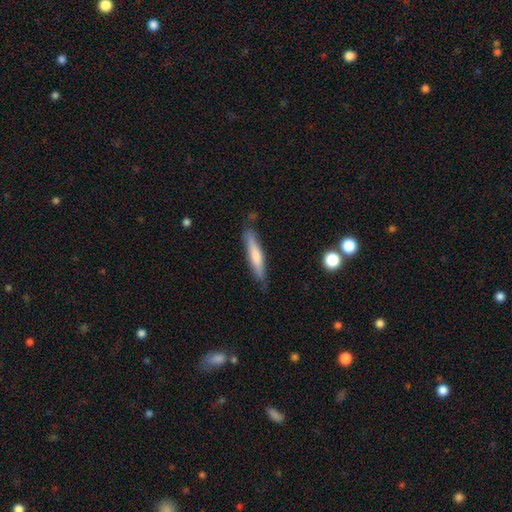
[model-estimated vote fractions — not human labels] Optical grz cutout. It shows a smooth galaxy with no disk features (65%) that is cigar-shaped (90%). Merging: none (80%).